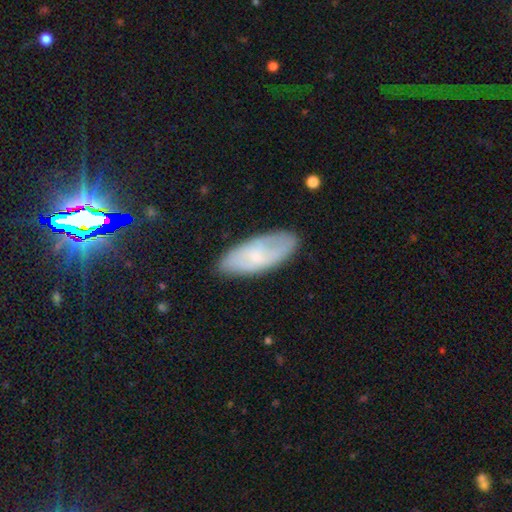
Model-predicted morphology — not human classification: Smooth or featured: smooth — 57% (featured or disk — 36%)
How rounded: in between — 83% (cigar-shaped — 14%)
Merging: none — 76% (minor disturbance — 18%)